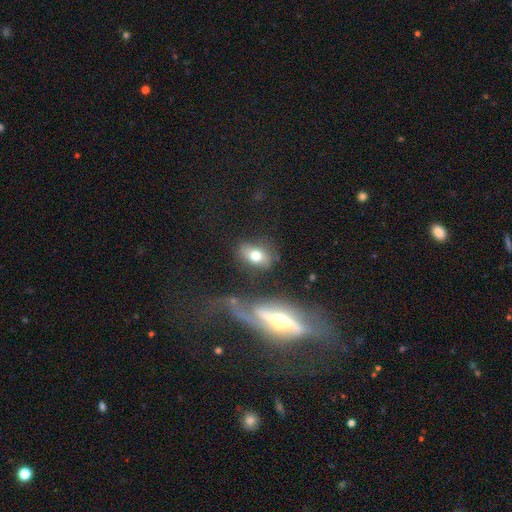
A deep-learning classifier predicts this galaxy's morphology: Smooth or featured? Predicted: smooth (p=0.67). How rounded? Predicted: in between (p=0.80). Merging? Predicted: none (p=0.71).